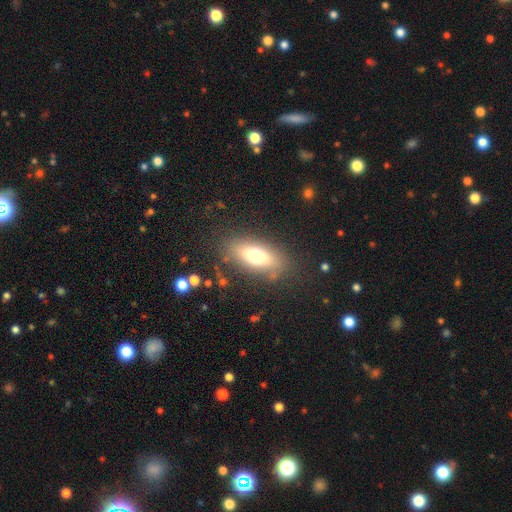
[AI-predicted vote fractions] Smooth or featured?
  - smooth: 65% *
  - featured or disk: 25%
  - star or artifact: 10%
How rounded?
  - in between: 76% *
  - cigar-shaped: 18%
  - round: 6%
Merging?
  - none: 80% *
  - minor disturbance: 12%
  - major disturbance: 5%
  - merger: 2%